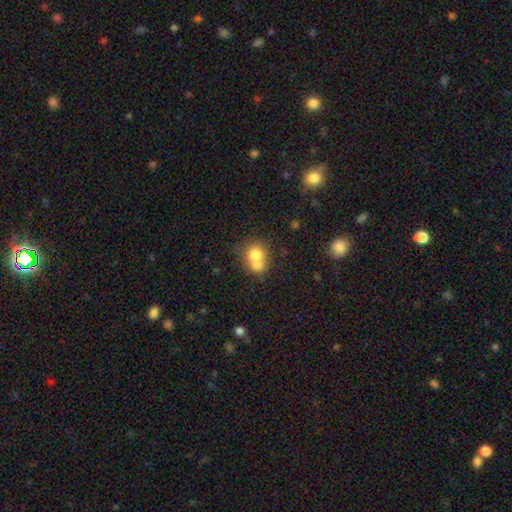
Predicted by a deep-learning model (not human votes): This appears to be a smooth galaxy with no disk features (72%) that is round (75%). Merging: merger (65%).